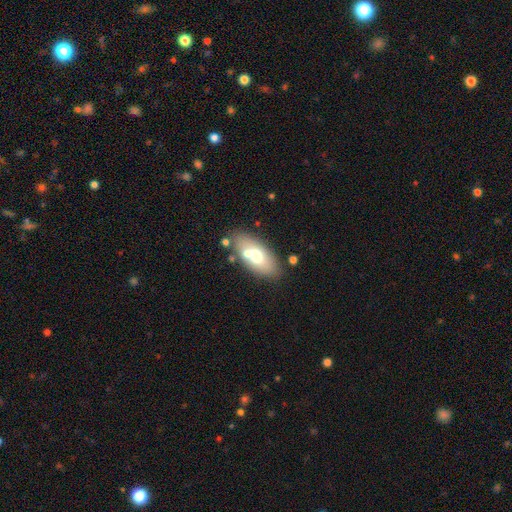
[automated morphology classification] Smooth or featured? smooth (63%)
How rounded? in between (87%)
Merging? none (71%)